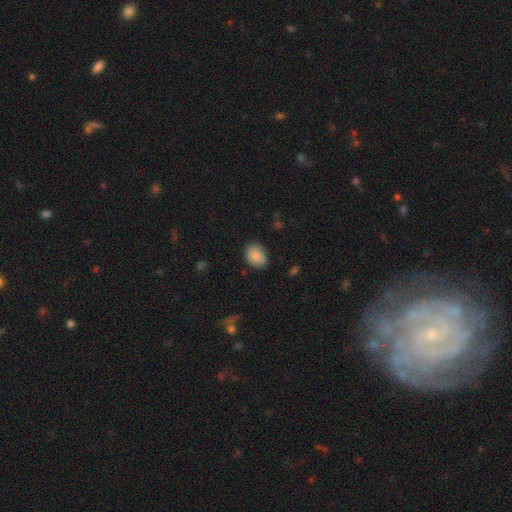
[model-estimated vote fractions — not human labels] smooth_or_featured: smooth (p=0.87) [alt: star or artifact p=0.07]
how_rounded: in between (p=0.65) [alt: round p=0.34]
merging: none (p=0.76) [alt: minor disturbance p=0.19]